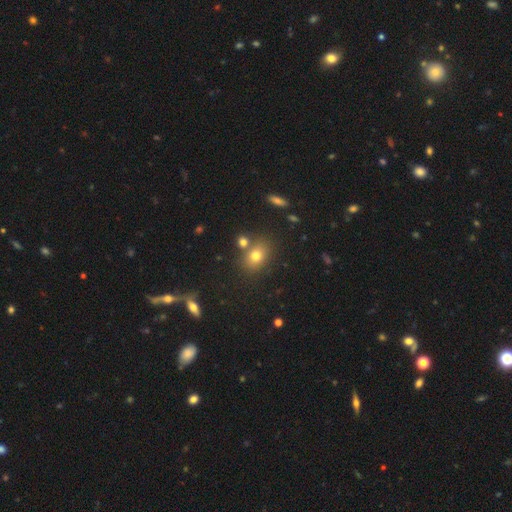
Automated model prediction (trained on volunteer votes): smooth_or_featured: smooth (p=0.74) [alt: star or artifact p=0.15]
how_rounded: in between (p=0.60) [alt: round p=0.39]
merging: none (p=0.71) [alt: merger p=0.15]